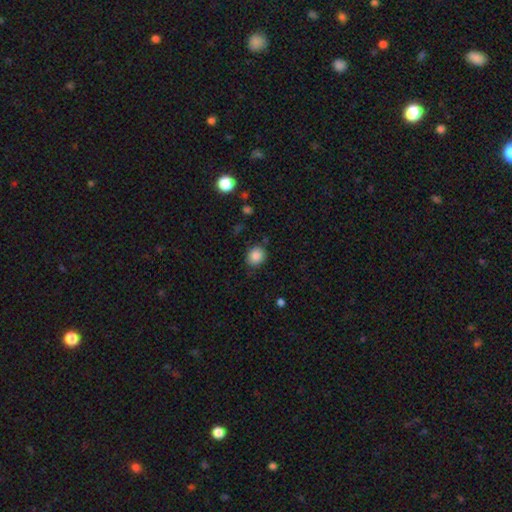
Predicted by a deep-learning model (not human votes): This is clearly a smooth galaxy (86%). How rounded: likely round (67%). Merging: clearly none (81%).